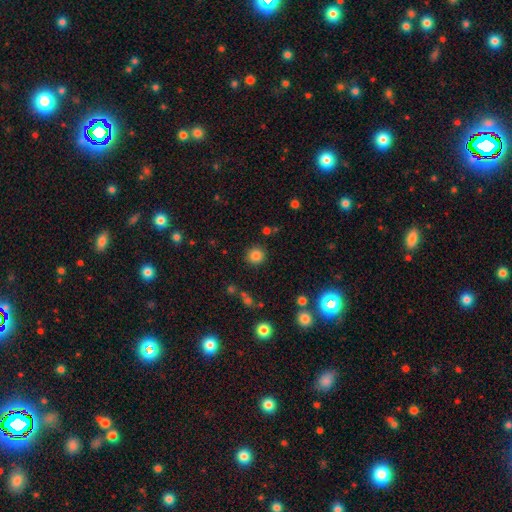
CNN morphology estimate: Smooth or featured? Predicted: smooth (p=0.83). How rounded? Predicted: round (p=0.93). Merging? Predicted: none (p=0.89).